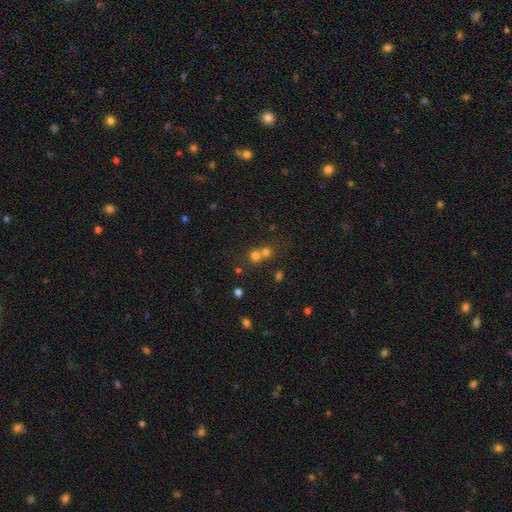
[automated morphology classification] Overall: smooth (69%). How rounded: round (83%). Merging: merger (53%; none 39%).